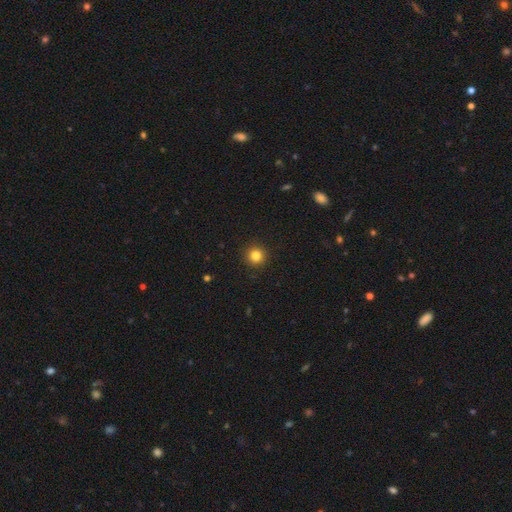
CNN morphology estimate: Smooth or featured?
  - smooth: 83% *
  - star or artifact: 12%
  - featured or disk: 5%
How rounded?
  - round: 95% *
  - in between: 4%
  - cigar-shaped: 1%
Merging?
  - none: 93% *
  - minor disturbance: 4%
  - major disturbance: 2%
  - merger: 1%